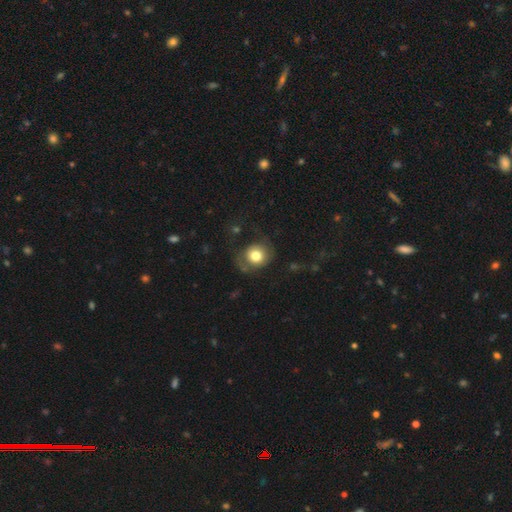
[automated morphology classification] Overall: smooth (75%). How rounded: round (80%). Merging: none (63%).